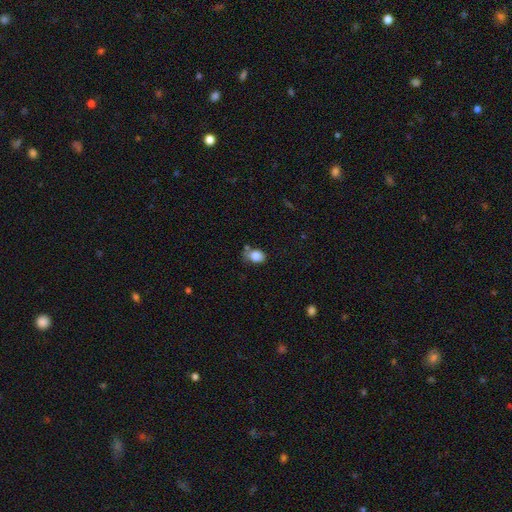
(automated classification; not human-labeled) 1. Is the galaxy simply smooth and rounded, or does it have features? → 84% smooth, 9% star or artifact, 7% featured or disk.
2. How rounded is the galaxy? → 66% in between, 33% round, 1% cigar-shaped.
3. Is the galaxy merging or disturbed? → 47% none, 32% minor disturbance, 10% merger, 10% major disturbance.